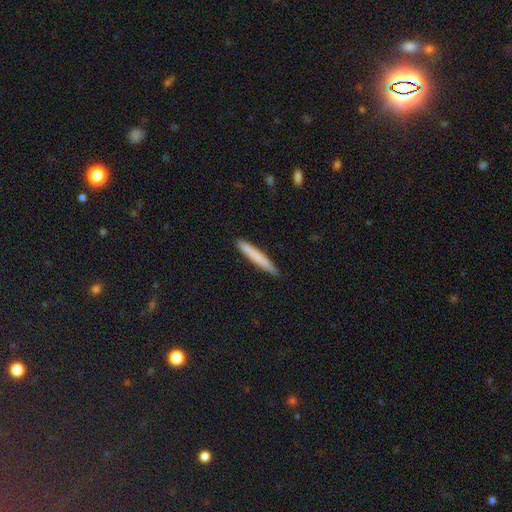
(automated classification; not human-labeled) A smooth galaxy with no disk features (75%) that is cigar-shaped (96%). Merging: none (90%).